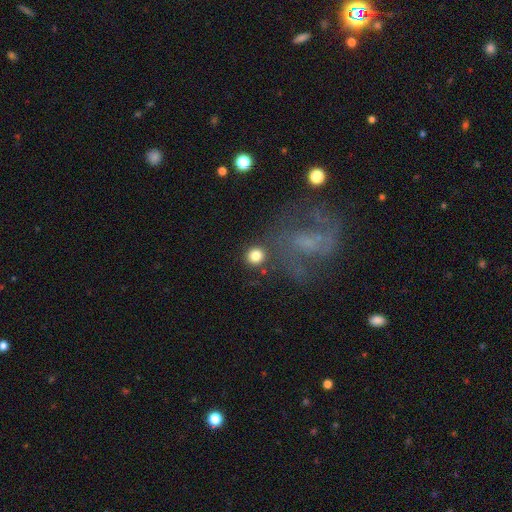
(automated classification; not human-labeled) Morphology: type=smooth (82%); roundness=round (92%); merging=none (80%).